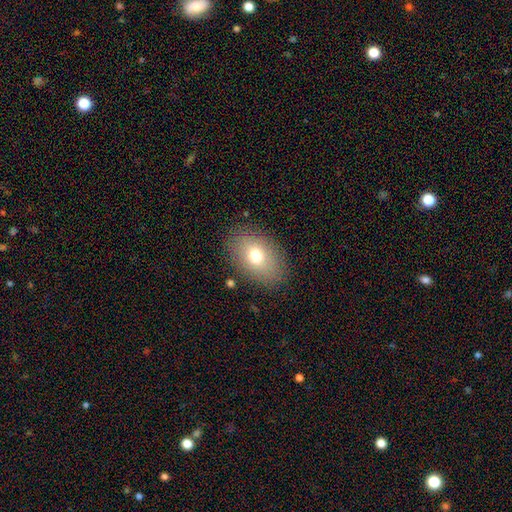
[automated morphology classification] Smooth or featured?
  - smooth: 73% *
  - featured or disk: 17%
  - star or artifact: 10%
How rounded?
  - in between: 83% *
  - round: 15%
  - cigar-shaped: 1%
Merging?
  - none: 84% *
  - minor disturbance: 10%
  - major disturbance: 4%
  - merger: 1%